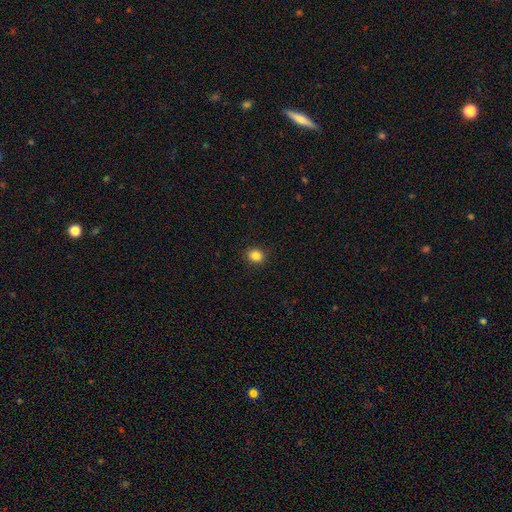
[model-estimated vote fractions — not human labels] Smooth or featured? smooth (85%)
How rounded? round (64%)
Merging? none (89%)